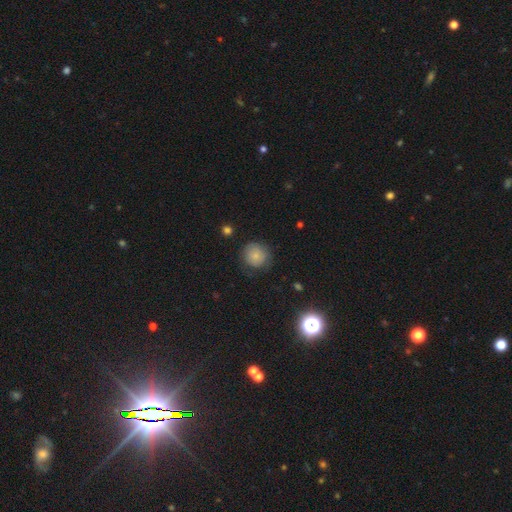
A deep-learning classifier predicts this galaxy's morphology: The model was most divided on "merging": none: 72%, minor disturbance: 20%, major disturbance: 7%, merger: 1%. More confident: how rounded — round (90%); smooth or featured — smooth (76%).